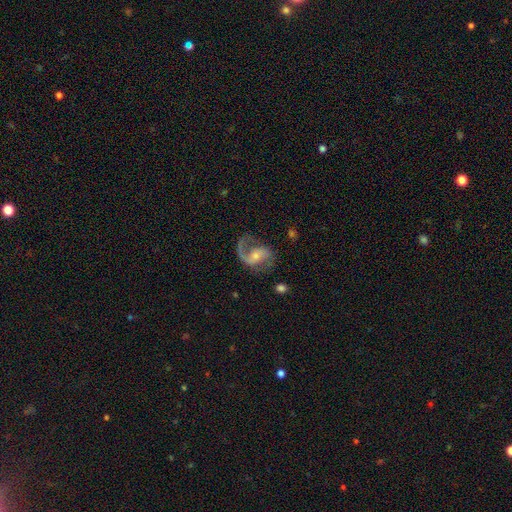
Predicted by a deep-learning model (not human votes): smooth-or-featured: featured or disk: 85% | smooth: 9% | star or artifact: 6%
  disk-edge-on: no: 98% | yes: 2%
    bar: no: 47% | weak: 39% | strong: 14%
    has-spiral-arms: yes: 95% | no: 5%
      spiral-winding: loose: 47% | medium: 43% | tight: 10%
      spiral-arm-count: 2: 61% | 1: 34% | can't tell: 2% | 3: 1% | 4: 1% | more than 4: 1%
    bulge-size: small: 54% | moderate: 38% | none: 4% | large: 3% | dominant: 1%
  merging: none: 55% | major disturbance: 24% | minor disturbance: 18% | merger: 2%